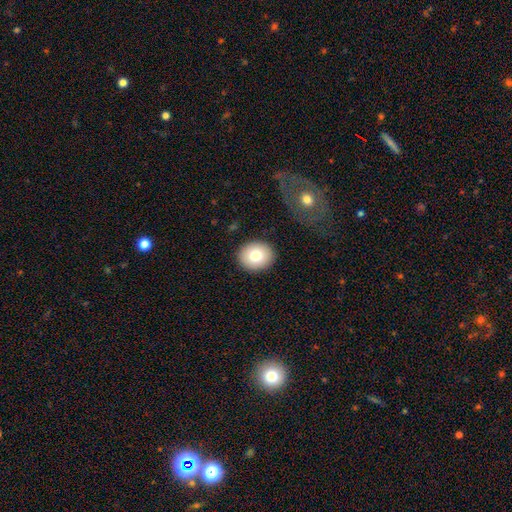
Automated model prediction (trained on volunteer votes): smooth_or_featured: smooth (p=0.77) [alt: featured or disk p=0.14]
how_rounded: round (p=0.69) [alt: in between p=0.30]
merging: none (p=0.89) [alt: minor disturbance p=0.07]